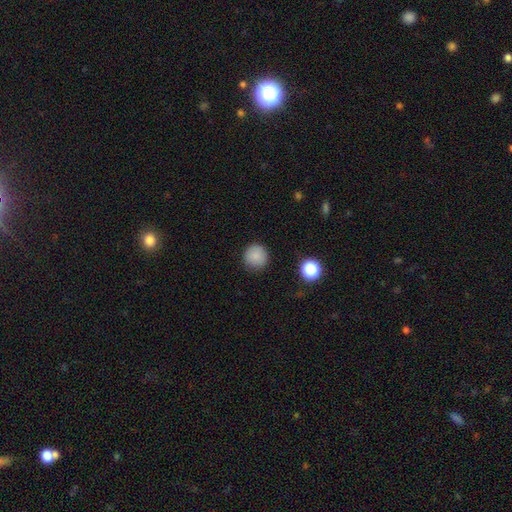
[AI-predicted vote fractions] The model was most divided on "smooth or featured": smooth: 85%, star or artifact: 11%, featured or disk: 5%. More confident: how rounded — round (94%); merging — none (88%).